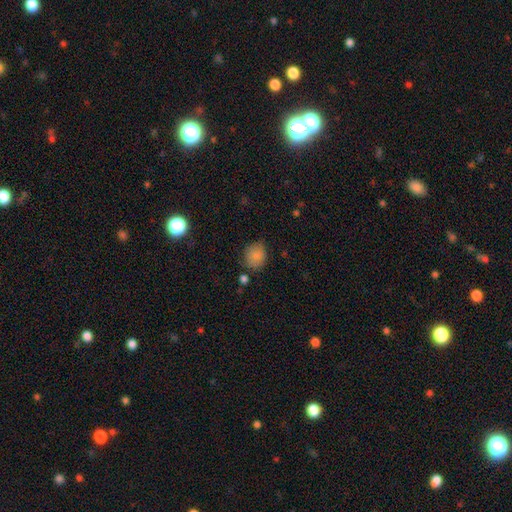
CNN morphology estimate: smooth 84%, star or artifact 10%, featured or disk 6%. Down the decision tree: how rounded — round (66%); merging — none (70%).